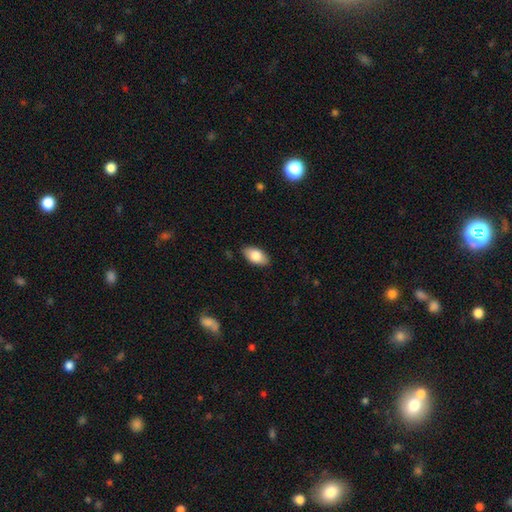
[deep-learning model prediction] This is clearly a smooth galaxy (82%). How rounded: clearly in between (93%). Merging: clearly none (87%).